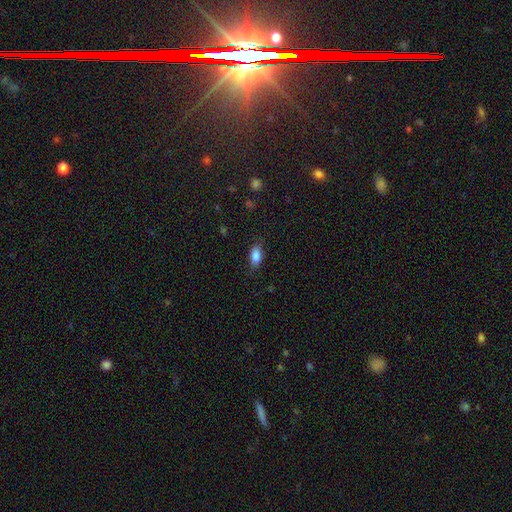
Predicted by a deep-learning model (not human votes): smooth-or-featured: smooth: 87% | star or artifact: 8% | featured or disk: 5%
  how-rounded: in between: 89% | cigar-shaped: 6% | round: 5%
  merging: none: 83% | minor disturbance: 12% | major disturbance: 3% | merger: 1%